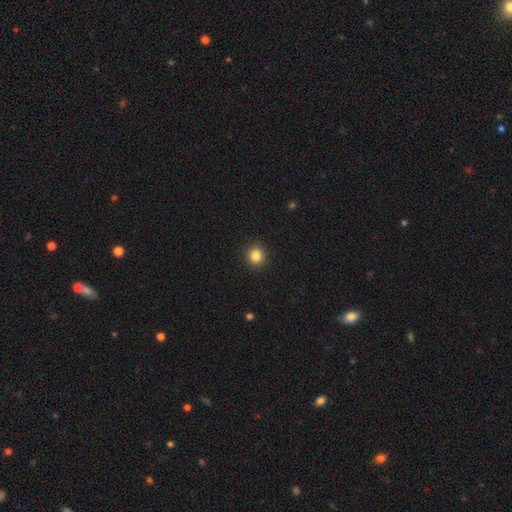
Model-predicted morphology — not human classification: type=smooth (85%); roundness=round (89%); merging=none (92%).